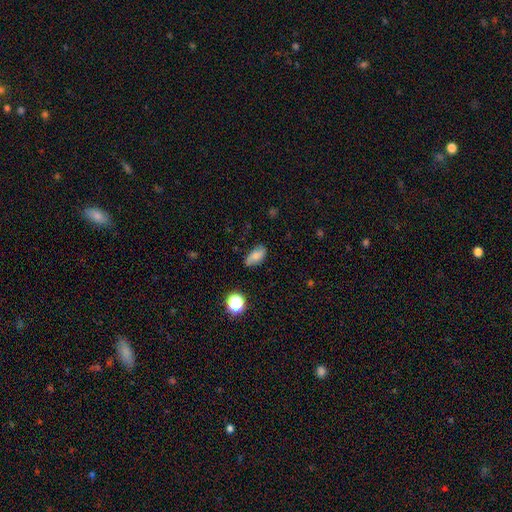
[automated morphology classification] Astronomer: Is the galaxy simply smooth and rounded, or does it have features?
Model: smooth — 72%.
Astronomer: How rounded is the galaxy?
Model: in between — 90%.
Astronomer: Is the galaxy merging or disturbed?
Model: none — 74%.